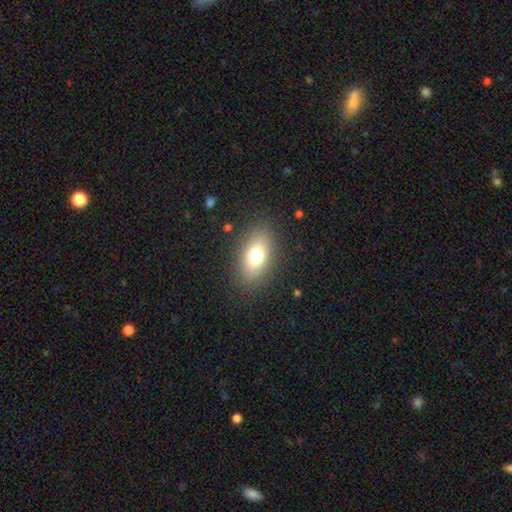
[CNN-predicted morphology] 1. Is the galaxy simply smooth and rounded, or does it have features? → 74% smooth, 15% featured or disk, 10% star or artifact.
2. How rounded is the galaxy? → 87% in between, 10% round, 4% cigar-shaped.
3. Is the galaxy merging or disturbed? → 85% none, 9% minor disturbance, 4% major disturbance, 1% merger.